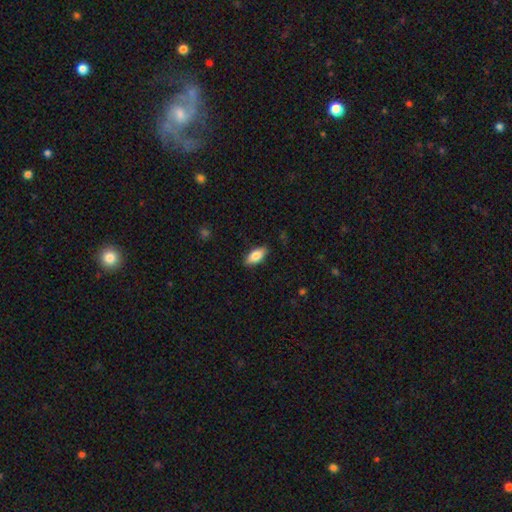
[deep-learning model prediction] Smooth or featured: smooth — 81% (featured or disk — 12%)
How rounded: in between — 88% (cigar-shaped — 9%)
Merging: none — 87% (minor disturbance — 10%)